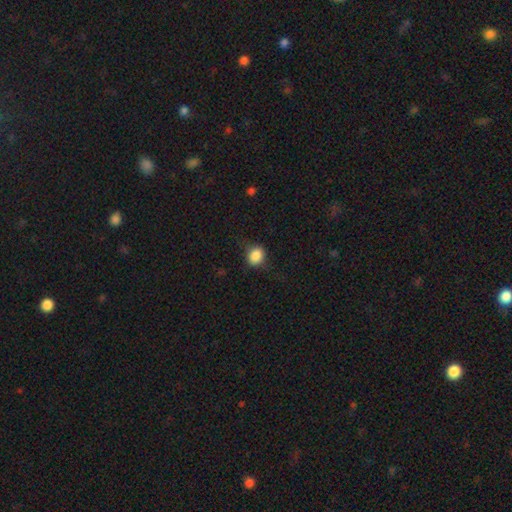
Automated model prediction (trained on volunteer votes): Smooth or featured? Predicted: smooth (p=0.85). How rounded? Predicted: round (p=0.66). Merging? Predicted: none (p=0.74).